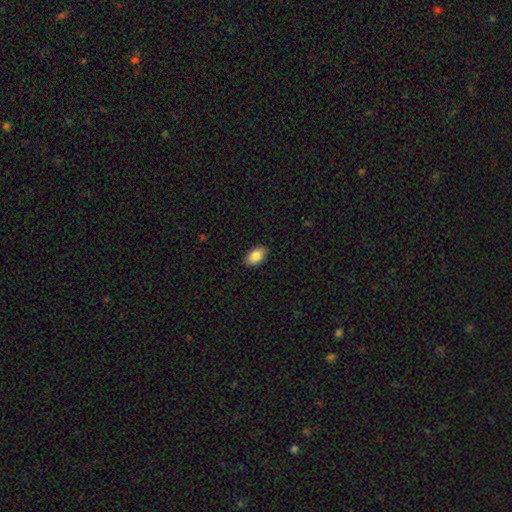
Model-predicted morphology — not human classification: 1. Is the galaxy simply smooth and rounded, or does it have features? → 88% smooth, 7% star or artifact, 5% featured or disk.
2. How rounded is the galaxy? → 94% in between, 4% round, 2% cigar-shaped.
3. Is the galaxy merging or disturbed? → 89% none, 9% minor disturbance, 2% major disturbance, 1% merger.